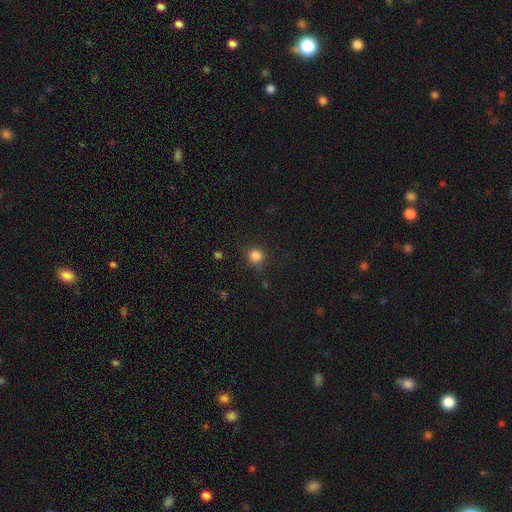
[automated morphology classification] A smooth galaxy with no disk features (83%) that is round (92%). Merging: none (82%).